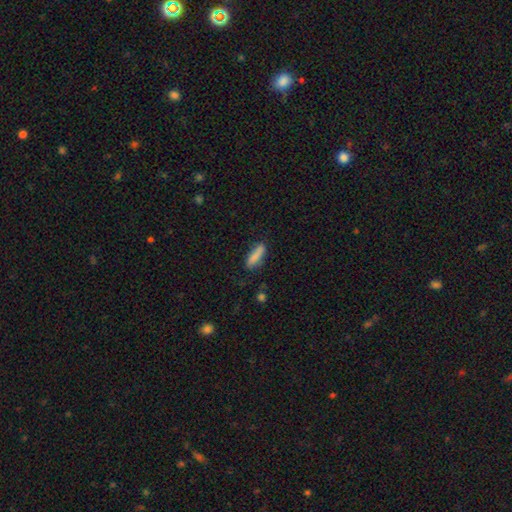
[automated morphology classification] smooth-or-featured: smooth: 83% | featured or disk: 9% | star or artifact: 7%
  how-rounded: cigar-shaped: 58% | in between: 40% | round: 2%
  merging: none: 71% | minor disturbance: 20% | major disturbance: 5% | merger: 3%